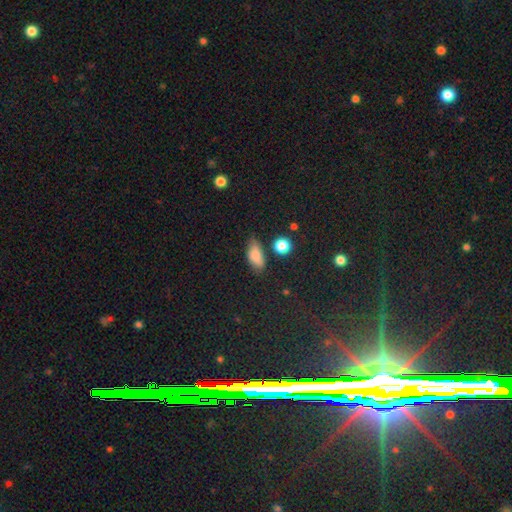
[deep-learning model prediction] Q: Smooth or featured?
A: smooth (82%); runner-up: star or artifact (9%)
Q: How rounded?
A: in between (84%); runner-up: cigar-shaped (10%)
Q: Merging?
A: none (61%); runner-up: minor disturbance (27%)